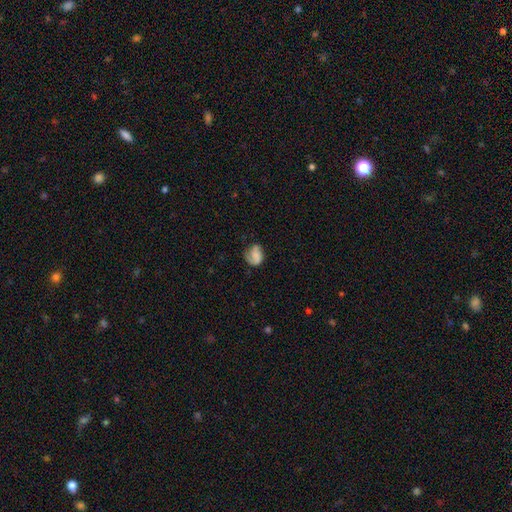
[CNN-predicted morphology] Smooth or featured? Predicted: smooth (p=0.50). Merging? Predicted: none (p=0.50).